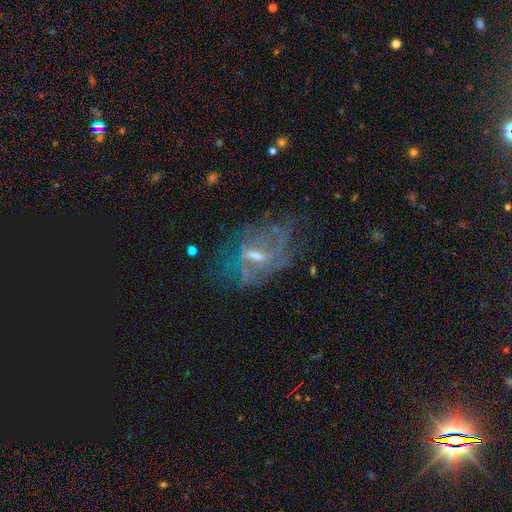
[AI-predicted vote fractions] Q: Smooth or featured?
A: featured or disk (69%); runner-up: smooth (17%)
Q: Edge-on disk?
A: no (92%); runner-up: yes (8%)
Q: Bar?
A: weak (49%); runner-up: no (27%)
Q: Spiral arms?
A: no (56%); runner-up: yes (44%)
Q: Bulge size?
A: moderate (44%); runner-up: small (37%)
Q: Merging?
A: none (46%); runner-up: major disturbance (29%)